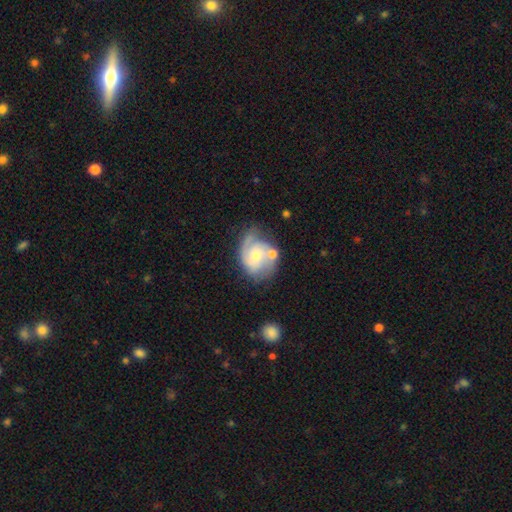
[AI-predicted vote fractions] featured or disk 71%, smooth 23%, star or artifact 7%. Down the decision tree: edge-on disk — no (97%); bar — no (66%); spiral arms — yes (89%); spiral arm count — 2 (56%); spiral winding — medium (44%); bulge size — small (48%); merging — none (47%).